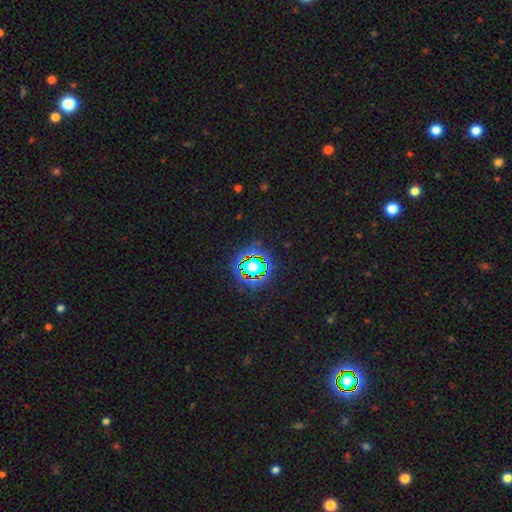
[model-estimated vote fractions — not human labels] Smooth or featured: star or artifact — 79% (smooth — 13%)